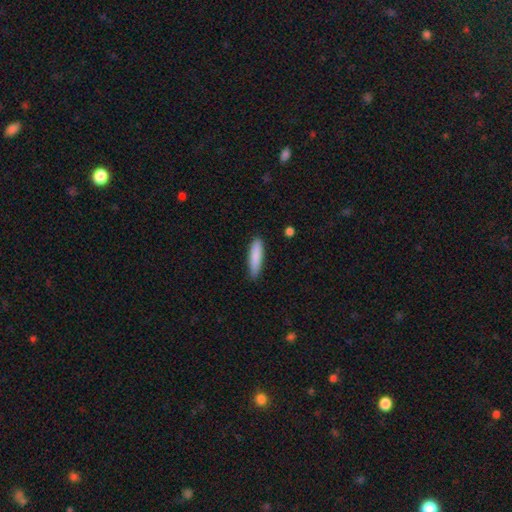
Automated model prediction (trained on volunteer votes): A smooth galaxy with no disk features (85%) that is cigar-shaped (76%). Merging: none (83%).